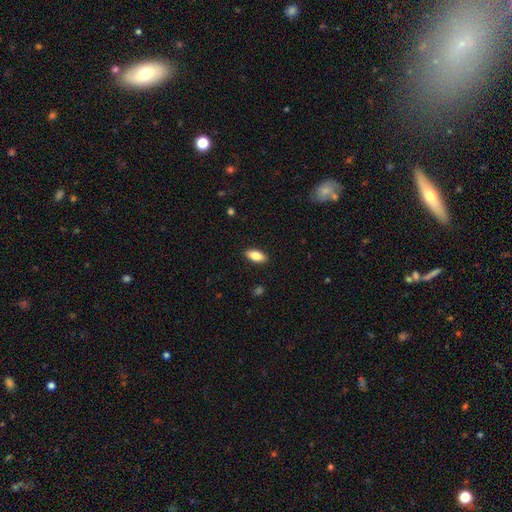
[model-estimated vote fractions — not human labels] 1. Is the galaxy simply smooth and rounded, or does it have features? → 82% smooth, 12% featured or disk, 6% star or artifact.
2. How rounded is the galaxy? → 86% in between, 12% cigar-shaped, 3% round.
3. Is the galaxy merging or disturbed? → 89% none, 8% minor disturbance, 2% major disturbance, 1% merger.